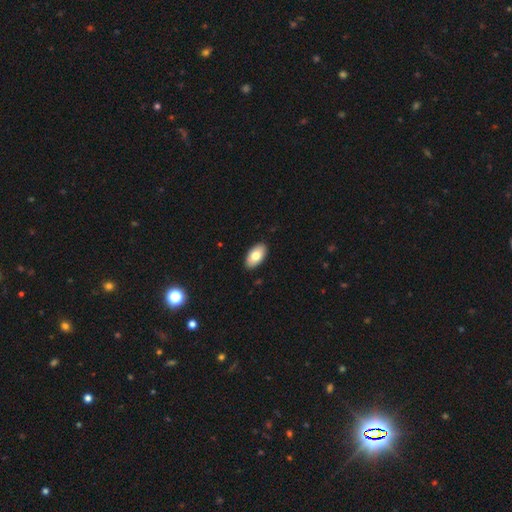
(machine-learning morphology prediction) smooth-or-featured: smooth: 78% | featured or disk: 16% | star or artifact: 6%
  how-rounded: in between: 95% | round: 3% | cigar-shaped: 2%
  merging: none: 90% | minor disturbance: 7% | major disturbance: 2% | merger: 1%